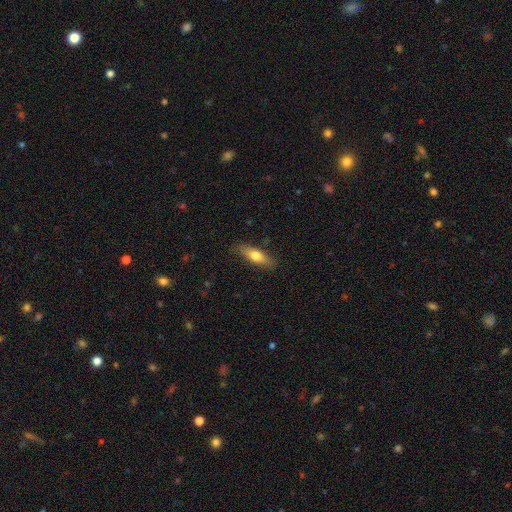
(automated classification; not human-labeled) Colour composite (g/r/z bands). It shows a smooth galaxy with no disk features (64%) that is cigar-shaped (54%). Merging: none (84%).